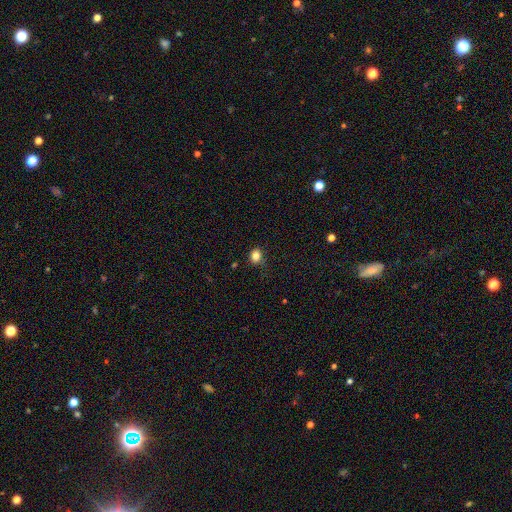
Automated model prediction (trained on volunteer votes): Overall: smooth (83%). How rounded: round (65%; in between 34%). Merging: none (80%).